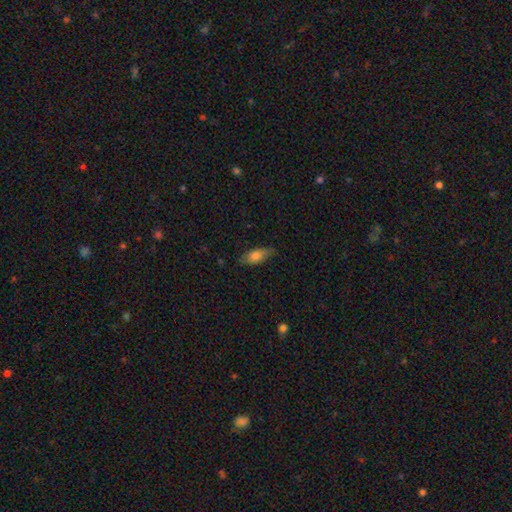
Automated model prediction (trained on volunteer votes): Q: Smooth or featured?
A: smooth (73%); runner-up: featured or disk (21%)
Q: How rounded?
A: in between (81%); runner-up: cigar-shaped (16%)
Q: Merging?
A: none (75%); runner-up: minor disturbance (21%)